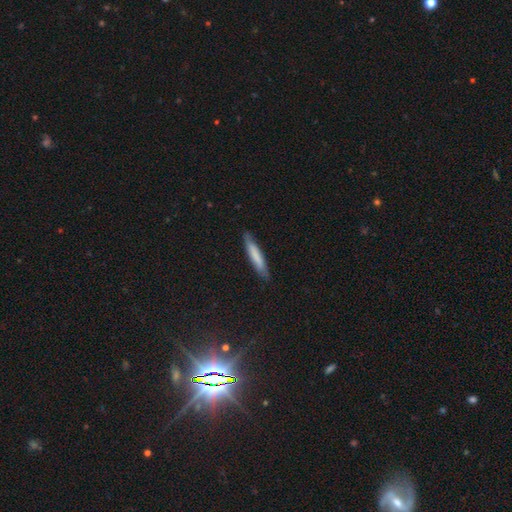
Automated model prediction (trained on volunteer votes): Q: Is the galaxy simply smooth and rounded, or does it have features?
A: smooth — 73%.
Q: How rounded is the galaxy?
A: cigar-shaped — 91%.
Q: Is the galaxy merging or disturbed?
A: none — 84%.